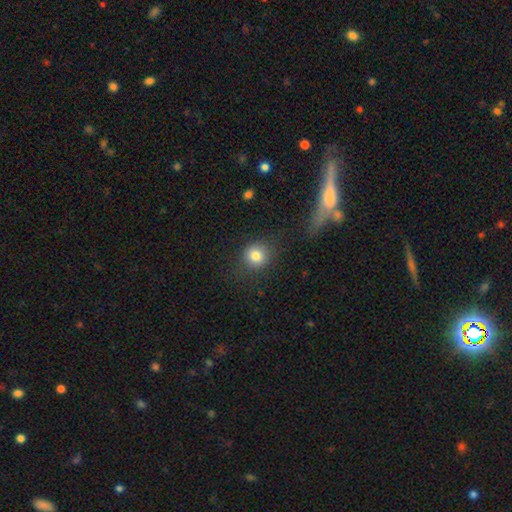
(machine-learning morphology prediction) Overall: smooth (81%). How rounded: round (86%). Merging: none (80%).